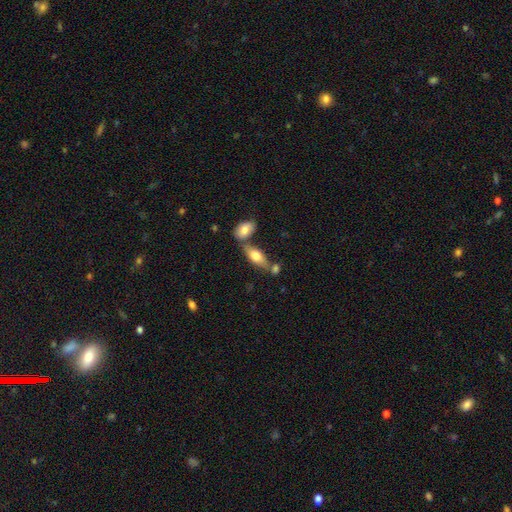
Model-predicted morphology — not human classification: smooth 66%, featured or disk 28%, star or artifact 7%. Down the decision tree: how rounded — in between (75%); merging — none (53%).